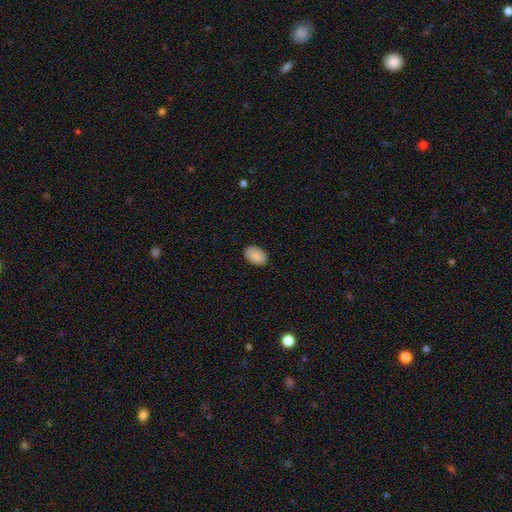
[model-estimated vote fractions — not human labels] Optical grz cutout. It shows a smooth galaxy with no disk features (90%) that is in between round and cigar-shaped (90%). Merging: none (88%).